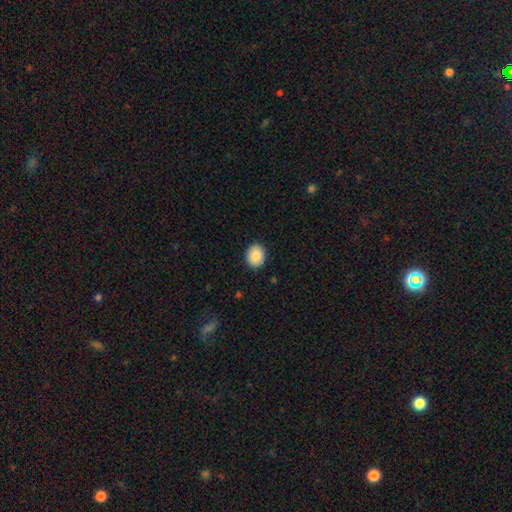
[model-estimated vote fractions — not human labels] smooth_or_featured: smooth (p=0.88) [alt: star or artifact p=0.07]
how_rounded: round (p=0.53) [alt: in between p=0.46]
merging: none (p=0.90) [alt: minor disturbance p=0.07]